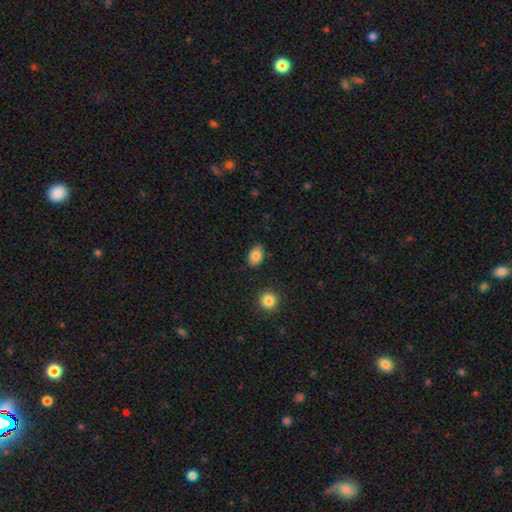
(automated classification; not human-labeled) smooth-or-featured: smooth: 87% | star or artifact: 8% | featured or disk: 5%
  how-rounded: in between: 84% | round: 15% | cigar-shaped: 1%
  merging: none: 84% | minor disturbance: 11% | major disturbance: 3% | merger: 2%